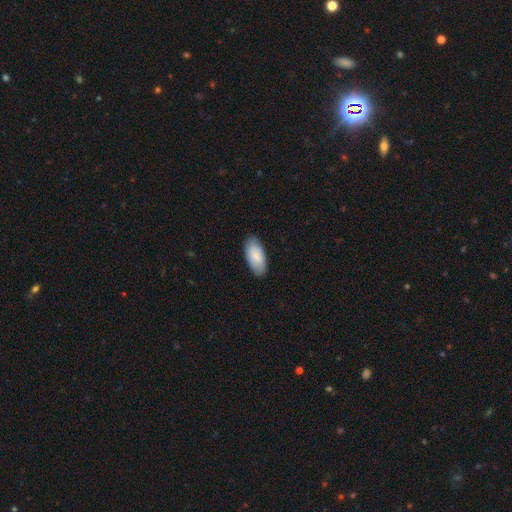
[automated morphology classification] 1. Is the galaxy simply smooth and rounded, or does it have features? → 86% smooth, 9% featured or disk, 5% star or artifact.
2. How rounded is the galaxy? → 93% in between, 6% cigar-shaped, 2% round.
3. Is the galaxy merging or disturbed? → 86% none, 11% minor disturbance, 2% major disturbance, 1% merger.